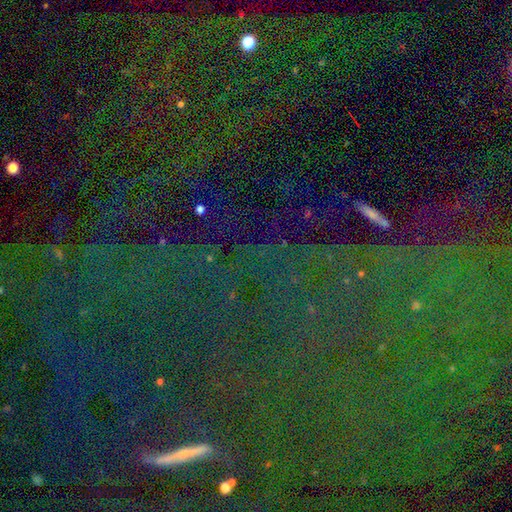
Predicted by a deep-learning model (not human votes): A star or artifact, not a galaxy (83%).